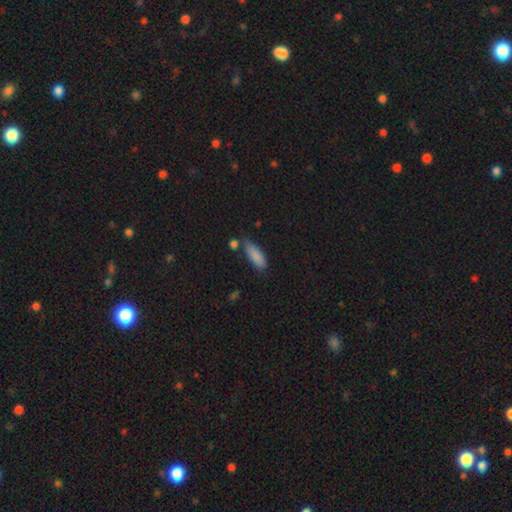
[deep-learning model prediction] Q: Smooth or featured?
A: smooth (86%); runner-up: star or artifact (7%)
Q: How rounded?
A: in between (63%); runner-up: cigar-shaped (35%)
Q: Merging?
A: none (58%); runner-up: minor disturbance (27%)